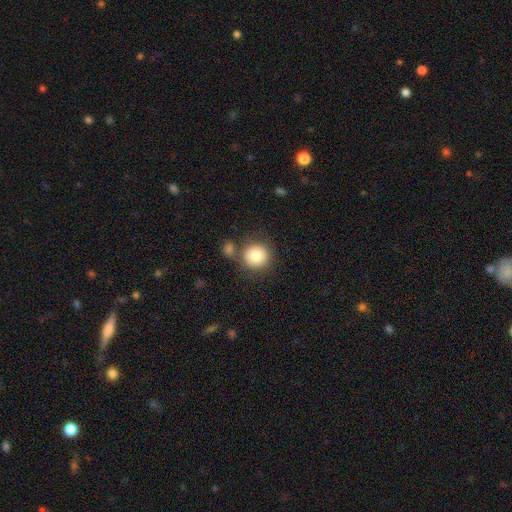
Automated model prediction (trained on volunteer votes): smooth-or-featured: smooth: 81% | featured or disk: 10% | star or artifact: 9%
  how-rounded: round: 94% | in between: 6% | cigar-shaped: 1%
  merging: none: 68% | merger: 16% | minor disturbance: 11% | major disturbance: 5%